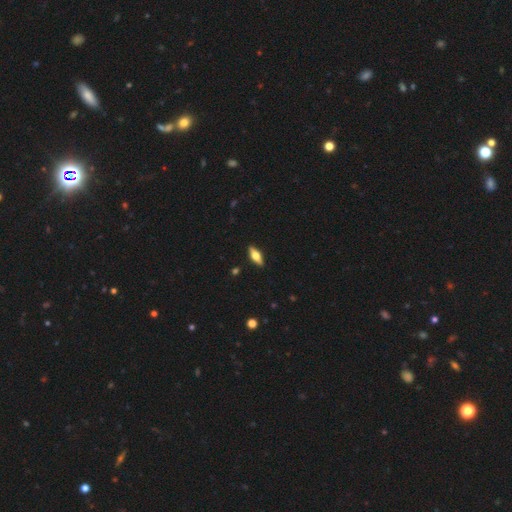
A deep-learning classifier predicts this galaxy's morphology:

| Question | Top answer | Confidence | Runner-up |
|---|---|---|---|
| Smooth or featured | smooth | 49% | featured or disk (44%) |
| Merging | none | 90% | minor disturbance (8%) |